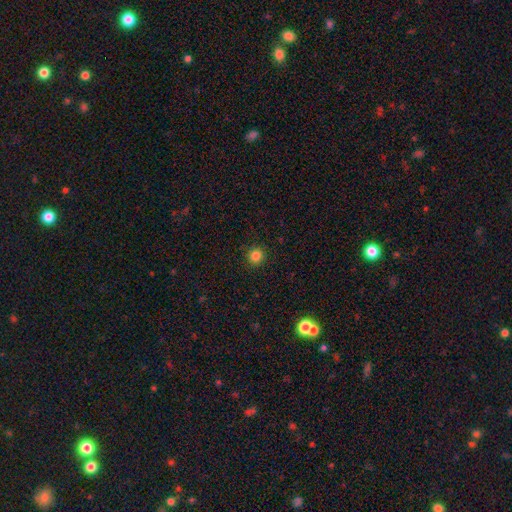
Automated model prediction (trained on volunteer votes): Q: Smooth or featured?
A: smooth (84%); runner-up: star or artifact (12%)
Q: How rounded?
A: round (93%); runner-up: in between (6%)
Q: Merging?
A: none (91%); runner-up: minor disturbance (6%)